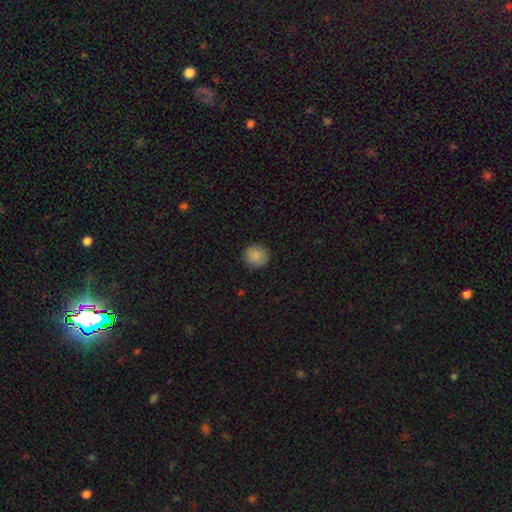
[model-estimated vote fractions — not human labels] This is clearly a smooth galaxy (88%). How rounded: clearly round (91%). Merging: clearly none (89%).